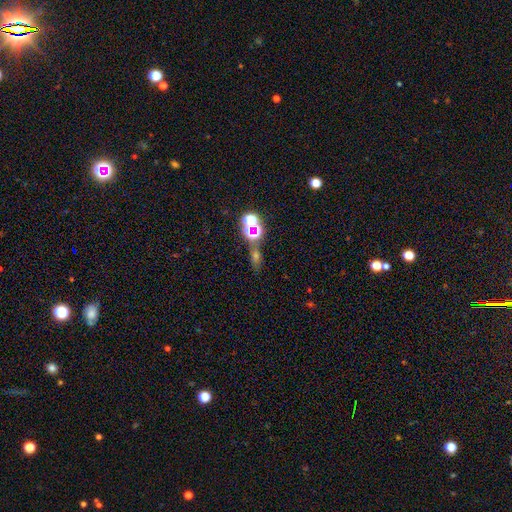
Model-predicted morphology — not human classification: A star or artifact, not a galaxy (48%).